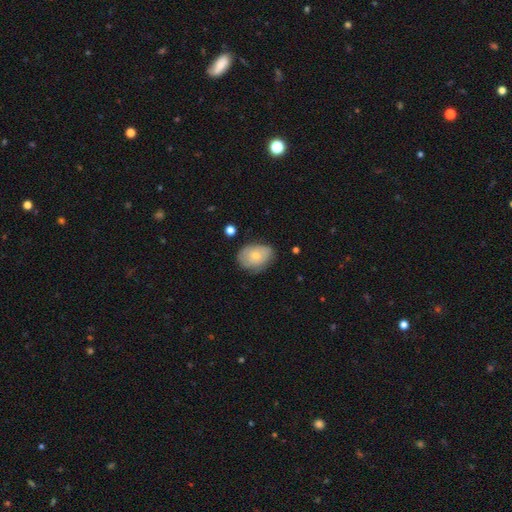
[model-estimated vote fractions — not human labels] Smooth or featured? smooth (64%)
How rounded? in between (66%)
Merging? none (68%)